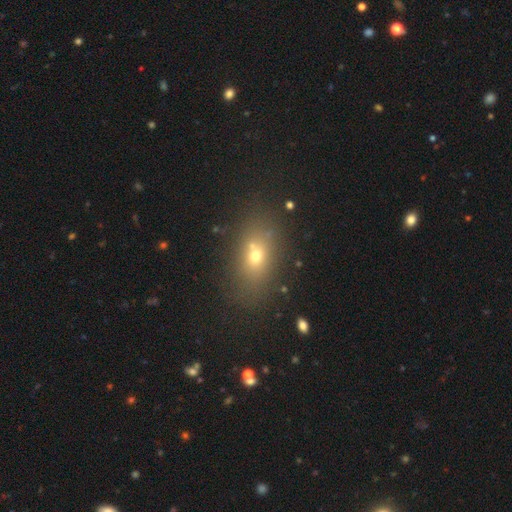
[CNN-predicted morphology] Smooth or featured: smooth — 61% (star or artifact — 21%)
How rounded: in between — 70% (round — 25%)
Merging: none — 72% (minor disturbance — 12%)